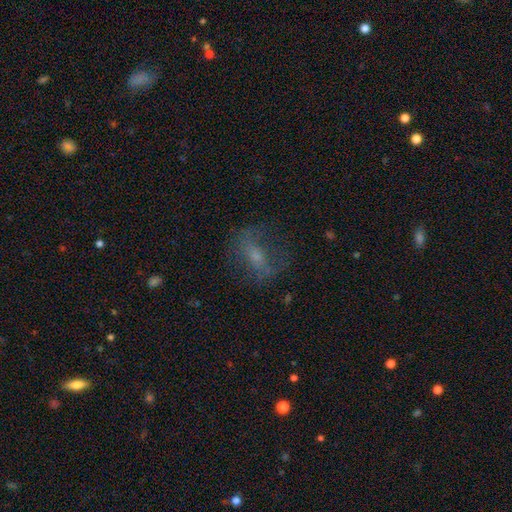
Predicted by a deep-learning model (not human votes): Smooth or featured?
  - featured or disk: 44% *
  - smooth: 39%
  - star or artifact: 17%
Merging?
  - none: 61% *
  - major disturbance: 19%
  - minor disturbance: 18%
  - merger: 2%